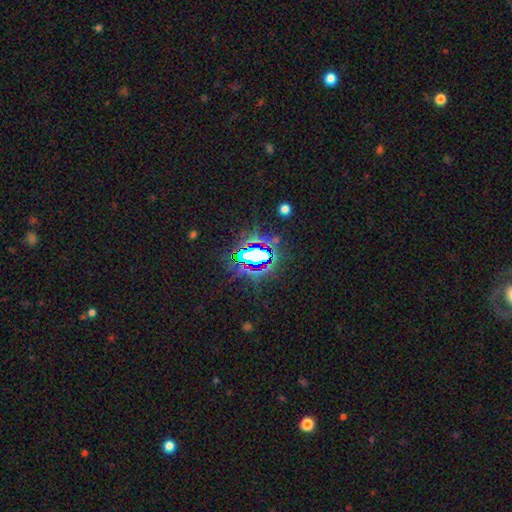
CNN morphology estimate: Smooth or featured?
  - star or artifact: 73% *
  - smooth: 15%
  - featured or disk: 12%